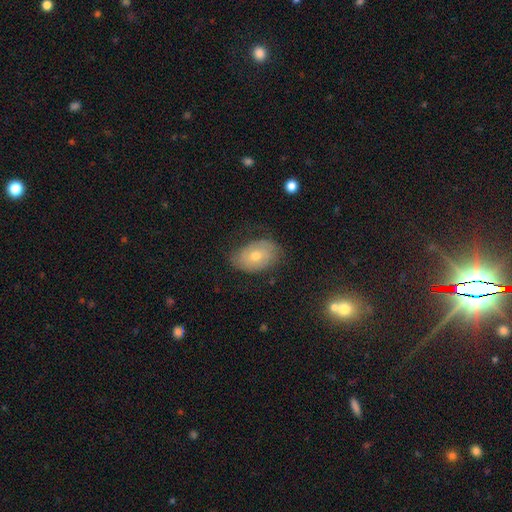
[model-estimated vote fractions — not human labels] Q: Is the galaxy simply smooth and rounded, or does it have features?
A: smooth — 53%.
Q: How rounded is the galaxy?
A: in between — 82%.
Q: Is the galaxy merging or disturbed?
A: none — 64%.